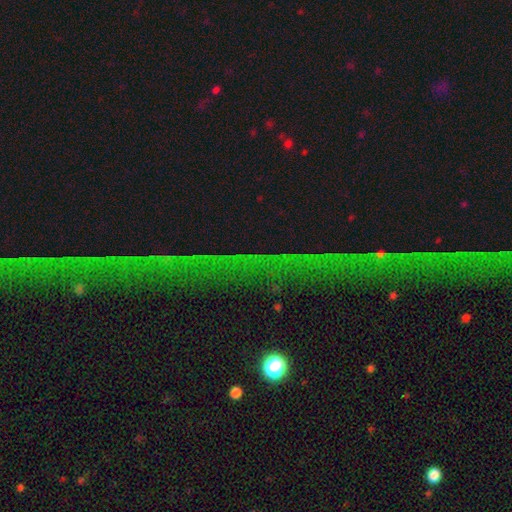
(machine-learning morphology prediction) Overall: star or artifact (76%).